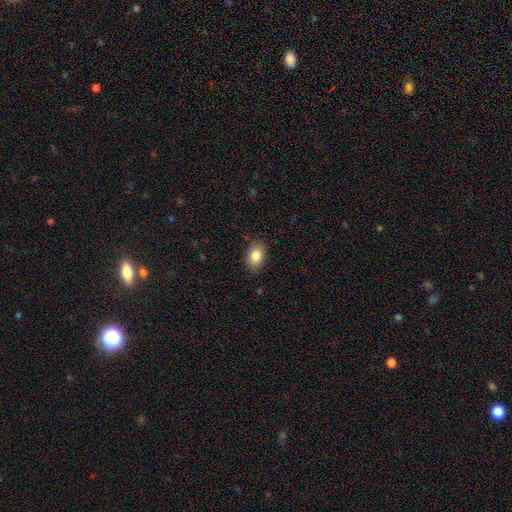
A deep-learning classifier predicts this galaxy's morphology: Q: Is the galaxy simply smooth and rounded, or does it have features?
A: smooth — 85%.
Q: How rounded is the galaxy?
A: in between — 85%.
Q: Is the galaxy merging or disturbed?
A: none — 87%.